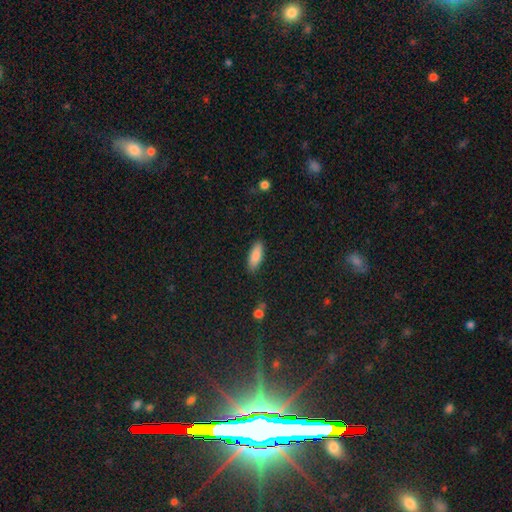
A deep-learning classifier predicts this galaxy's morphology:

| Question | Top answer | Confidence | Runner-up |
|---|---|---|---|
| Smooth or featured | smooth | 86% | featured or disk (7%) |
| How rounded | in between | 72% | cigar-shaped (26%) |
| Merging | none | 87% | minor disturbance (9%) |